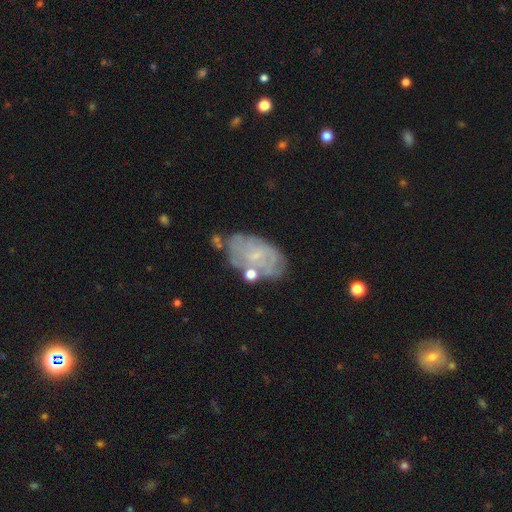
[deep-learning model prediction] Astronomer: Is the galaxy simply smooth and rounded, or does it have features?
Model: featured or disk — 61%.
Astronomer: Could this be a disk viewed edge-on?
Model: no — 95%.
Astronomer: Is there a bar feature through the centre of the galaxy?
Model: no — 61%.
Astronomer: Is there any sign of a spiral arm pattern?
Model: yes — 63%.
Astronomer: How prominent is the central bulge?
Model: small — 68%.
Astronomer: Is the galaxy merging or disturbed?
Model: none — 61%.